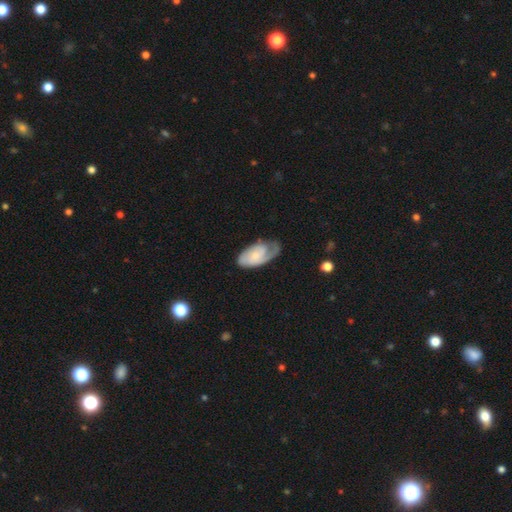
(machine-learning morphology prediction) A featured or disk galaxy (64%) with no bar (65%), 1 (42%) tight (45%) spiral arms (89%) and a small central bulge (59%).

Vote fractions:
- Smooth or featured? featured or disk: 64% / smooth: 31% / star or artifact: 5%
- Edge-on disk? no: 95% / yes: 5%
- Bar? no: 65% / weak: 30% / strong: 6%
- Spiral arms? yes: 89% / no: 11%
- Spiral winding? tight: 45% / medium: 38% / loose: 17%
- Spiral arm count? 1: 42% / 2: 36% / can't tell: 17% / 3: 4% / 4: 1% / more than 4: 1%
- Bulge size? small: 59% / moderate: 23% / none: 13% / large: 3% / dominant: 1%
- Merging? none: 51% / minor disturbance: 29% / major disturbance: 18% / merger: 2%